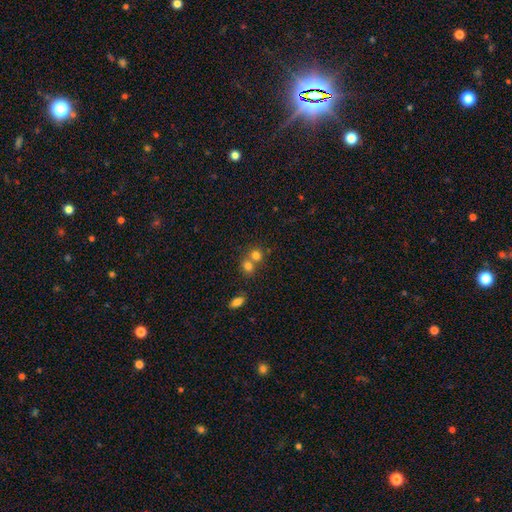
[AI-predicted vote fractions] Smooth or featured: smooth — 77% (star or artifact — 13%)
How rounded: round — 79% (in between — 19%)
Merging: merger — 52% (none — 40%)